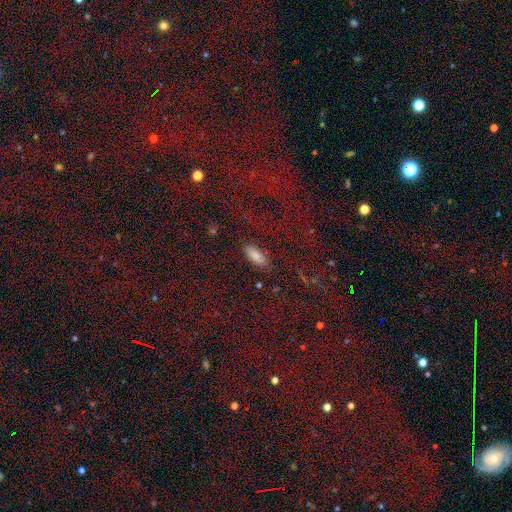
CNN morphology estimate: type=smooth (71%); roundness=in between (80%); merging=none (83%).